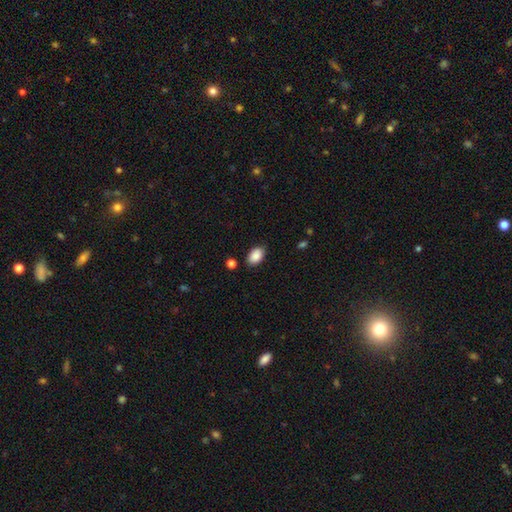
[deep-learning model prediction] A smooth galaxy with no disk features (88%) that is in between round and cigar-shaped (90%).

Vote fractions:
- Smooth or featured? smooth: 88% / star or artifact: 7% / featured or disk: 5%
- How rounded? in between: 90% / round: 9% / cigar-shaped: 1%
- Merging? none: 84% / minor disturbance: 11% / merger: 3% / major disturbance: 2%